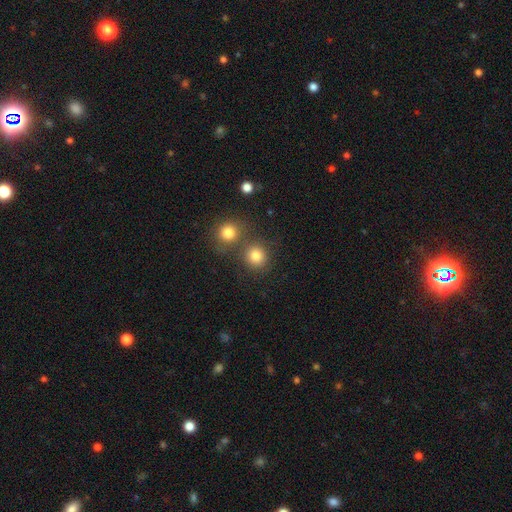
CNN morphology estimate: Smooth or featured?
  - smooth: 81% *
  - star or artifact: 12%
  - featured or disk: 6%
How rounded?
  - round: 89% *
  - in between: 10%
  - cigar-shaped: 1%
Merging?
  - none: 67% *
  - merger: 22%
  - minor disturbance: 8%
  - major disturbance: 3%